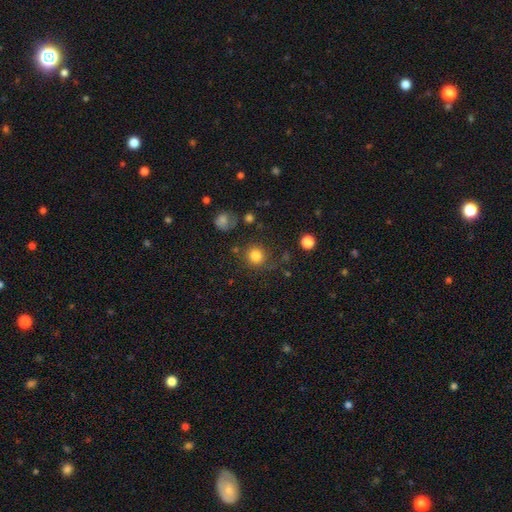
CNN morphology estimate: Smooth or featured?
  - smooth: 82% *
  - star or artifact: 12%
  - featured or disk: 6%
How rounded?
  - round: 90% *
  - in between: 9%
  - cigar-shaped: 1%
Merging?
  - none: 77% *
  - minor disturbance: 12%
  - major disturbance: 6%
  - merger: 5%